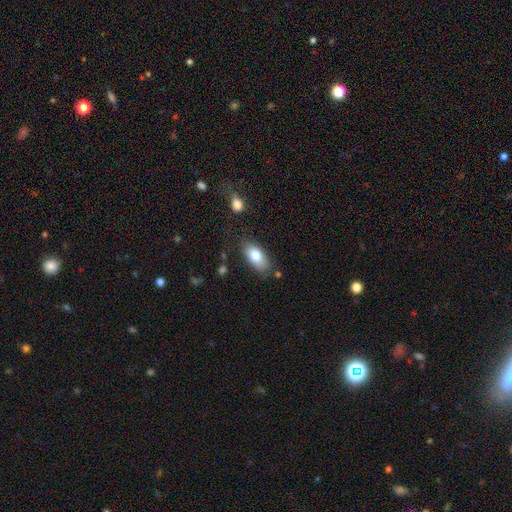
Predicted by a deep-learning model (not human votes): A smooth galaxy with no disk features (79%) that is in between round and cigar-shaped (90%).

Vote fractions:
- Smooth or featured? smooth: 79% / featured or disk: 14% / star or artifact: 7%
- How rounded? in between: 90% / cigar-shaped: 6% / round: 4%
- Merging? none: 77% / minor disturbance: 16% / major disturbance: 4% / merger: 3%